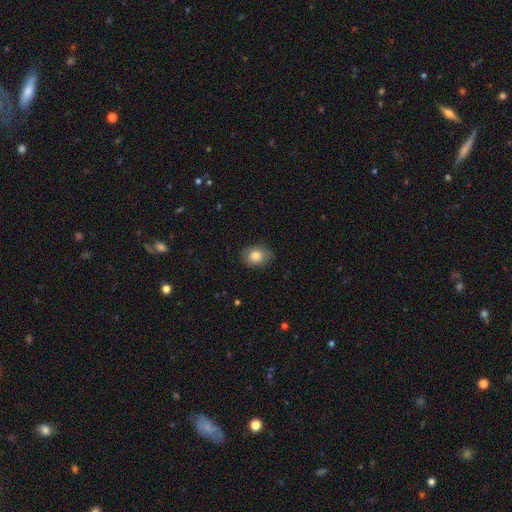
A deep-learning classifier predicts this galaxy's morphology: A smooth galaxy with no disk features (81%) that is in between round and cigar-shaped (60%). Merging: none (80%).